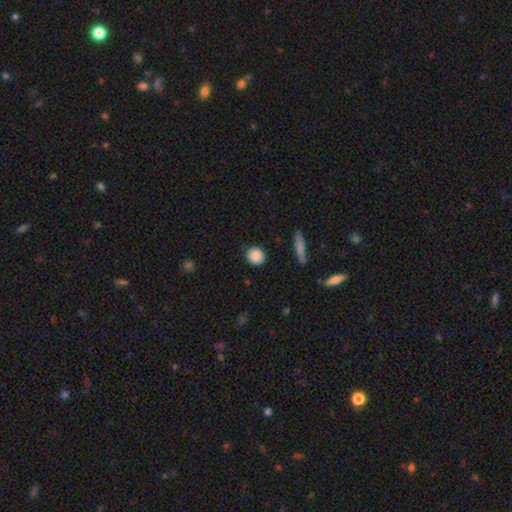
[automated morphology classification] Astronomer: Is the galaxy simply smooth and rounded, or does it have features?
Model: smooth — 87%.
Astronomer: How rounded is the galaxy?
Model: round — 83%.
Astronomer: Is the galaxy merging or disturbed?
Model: none — 86%.